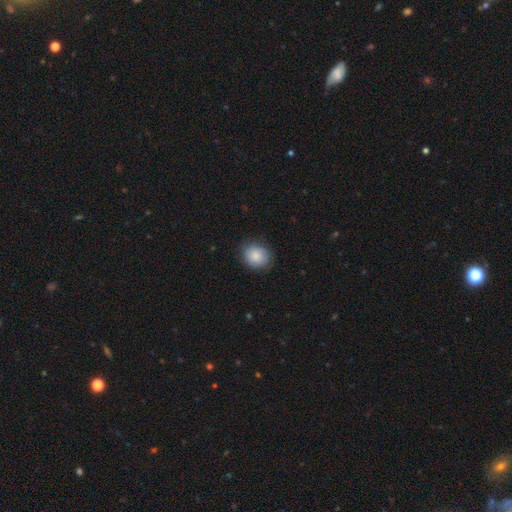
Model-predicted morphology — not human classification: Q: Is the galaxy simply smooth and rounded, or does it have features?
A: smooth — 86%.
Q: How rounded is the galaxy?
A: round — 74%.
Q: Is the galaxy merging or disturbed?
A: none — 82%.